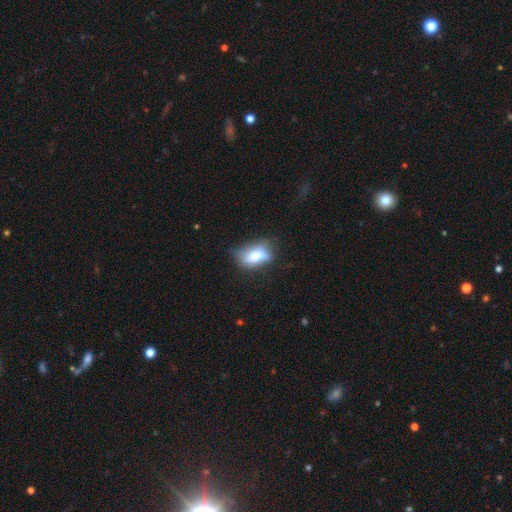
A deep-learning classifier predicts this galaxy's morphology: Q: Smooth or featured?
A: smooth (69%); runner-up: featured or disk (22%)
Q: How rounded?
A: in between (86%); runner-up: round (8%)
Q: Merging?
A: none (47%); runner-up: minor disturbance (34%)